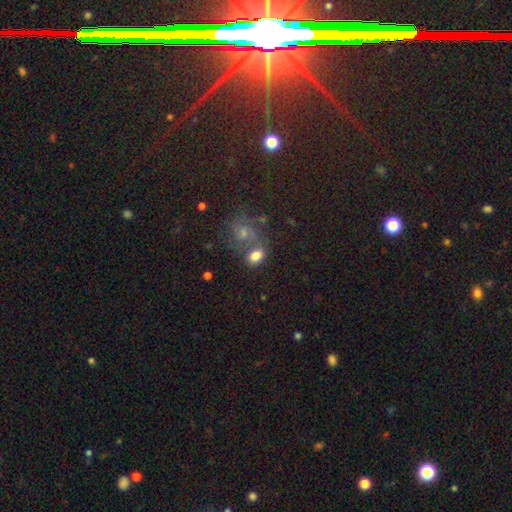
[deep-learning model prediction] The model was most divided on "merging": none: 48%, merger: 28%, minor disturbance: 15%, major disturbance: 8%. More confident: smooth or featured — smooth (77%); how rounded — in between (75%).